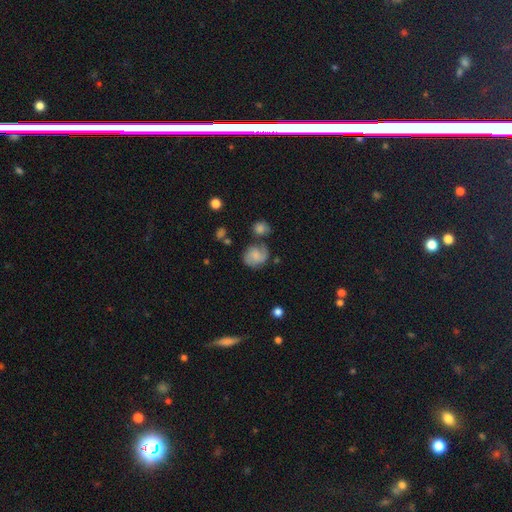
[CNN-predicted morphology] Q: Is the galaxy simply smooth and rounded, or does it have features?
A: smooth — 48%.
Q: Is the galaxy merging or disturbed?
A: none — 55%.